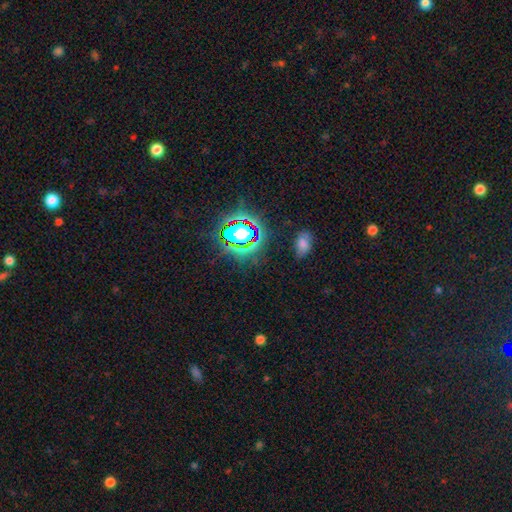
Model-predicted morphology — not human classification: smooth-or-featured: star or artifact: 80% | smooth: 13% | featured or disk: 8%